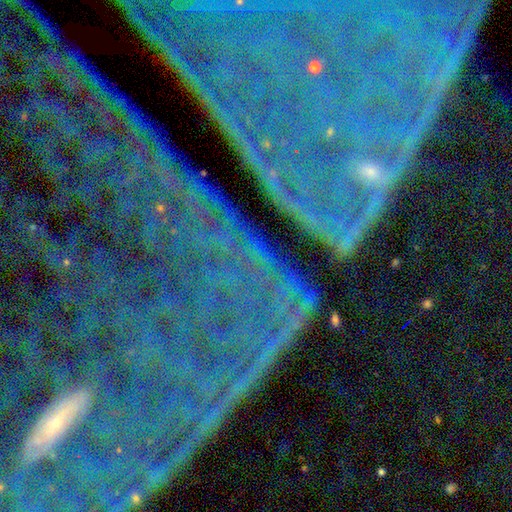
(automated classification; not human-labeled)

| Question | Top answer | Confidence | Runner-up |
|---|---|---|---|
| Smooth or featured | star or artifact | 84% | featured or disk (9%) |